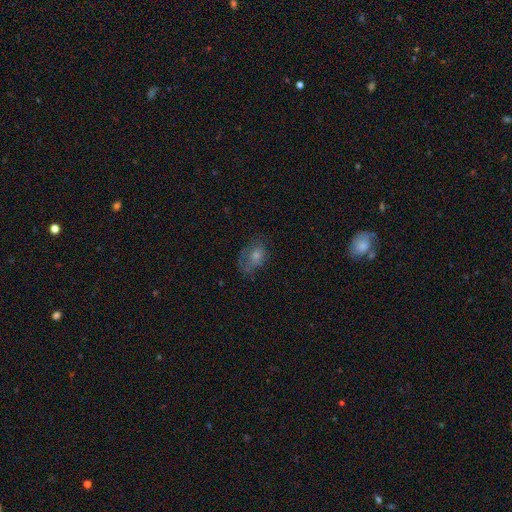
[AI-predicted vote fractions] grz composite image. It shows a smooth galaxy with no disk features (66%) that is in between round and cigar-shaped (79%). Merging: none (47%).